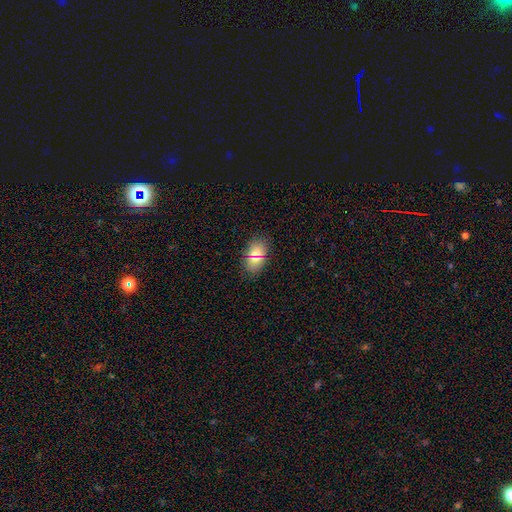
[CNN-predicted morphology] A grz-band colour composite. It shows a smooth galaxy with no disk features (72%) that is in between round and cigar-shaped (86%). Merging: none (87%).